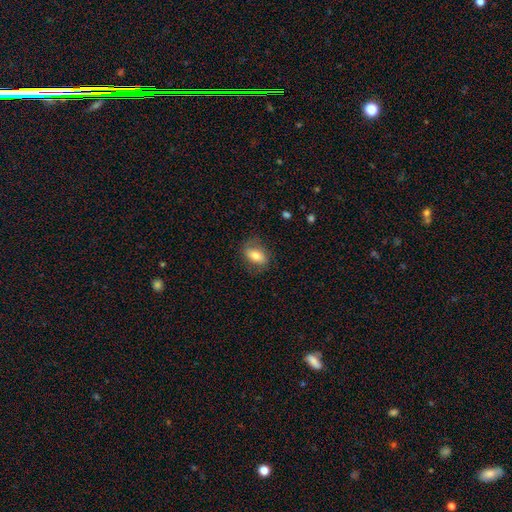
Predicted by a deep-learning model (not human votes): smooth 69%, featured or disk 24%, star or artifact 7%. Down the decision tree: how rounded — in between (86%); merging — none (74%).